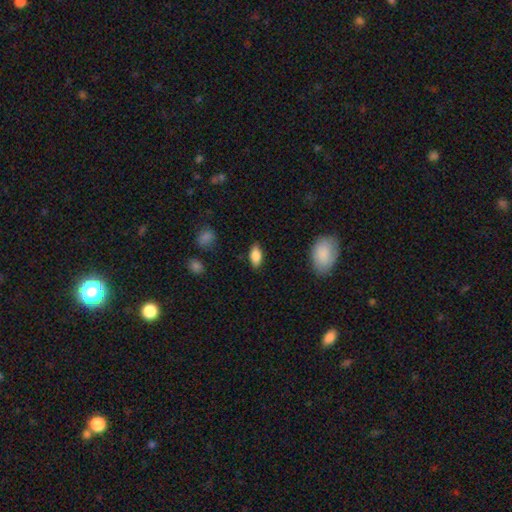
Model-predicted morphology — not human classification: Overall: smooth (81%). How rounded: in between (87%). Merging: none (85%).